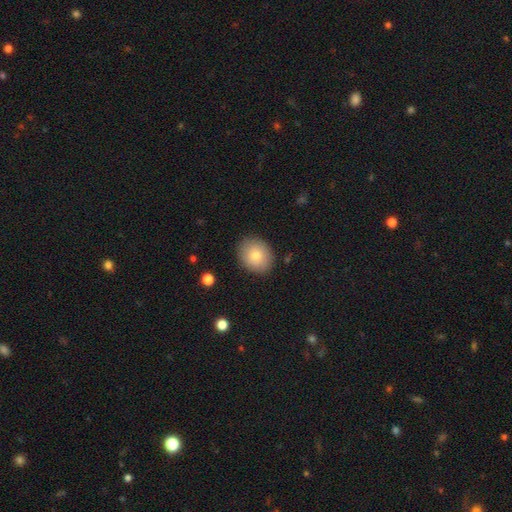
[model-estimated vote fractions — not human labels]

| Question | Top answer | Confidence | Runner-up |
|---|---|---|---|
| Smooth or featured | smooth | 80% | featured or disk (12%) |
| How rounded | round | 61% | in between (38%) |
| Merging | none | 86% | minor disturbance (10%) |